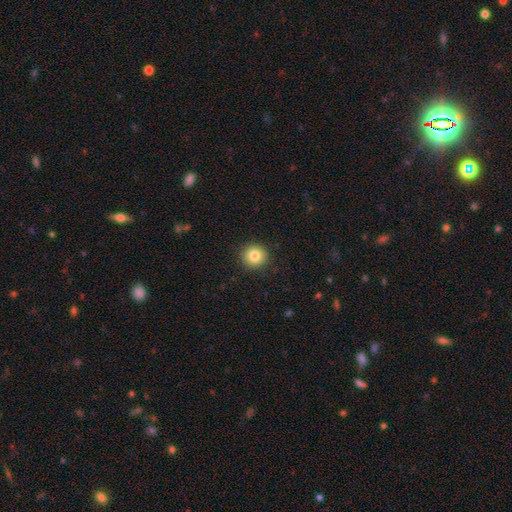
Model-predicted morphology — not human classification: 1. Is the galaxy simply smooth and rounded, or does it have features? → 81% smooth, 10% star or artifact, 8% featured or disk.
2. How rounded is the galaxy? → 94% round, 5% in between, 1% cigar-shaped.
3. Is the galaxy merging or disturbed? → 92% none, 6% minor disturbance, 2% major disturbance, 1% merger.